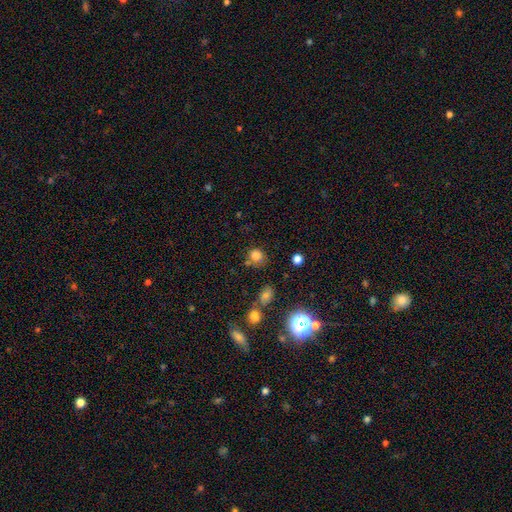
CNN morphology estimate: Smooth or featured?
  - smooth: 78% *
  - star or artifact: 15%
  - featured or disk: 7%
How rounded?
  - round: 79% *
  - in between: 20%
  - cigar-shaped: 1%
Merging?
  - none: 68% *
  - minor disturbance: 17%
  - merger: 10%
  - major disturbance: 6%